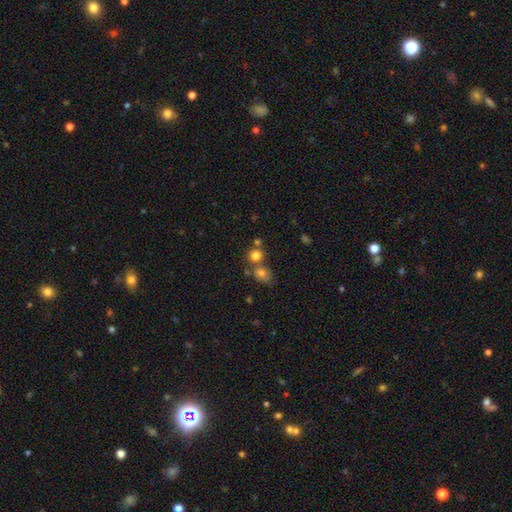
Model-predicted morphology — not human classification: This appears to be a smooth galaxy with no disk features (76%) that is round (80%). Merging: none (53%).